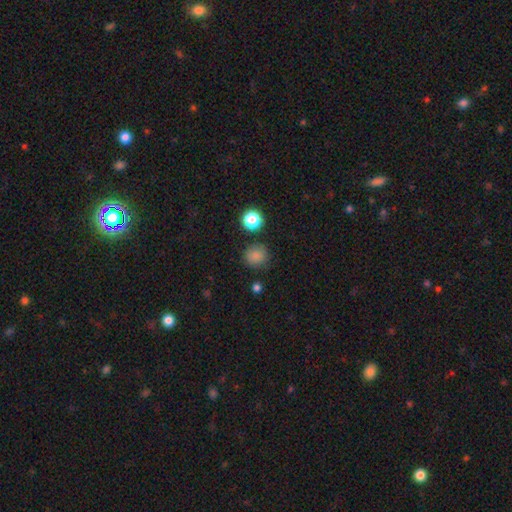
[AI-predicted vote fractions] The model was most divided on "smooth or featured": smooth: 82%, star or artifact: 13%, featured or disk: 4%. More confident: how rounded — round (88%); merging — none (82%).